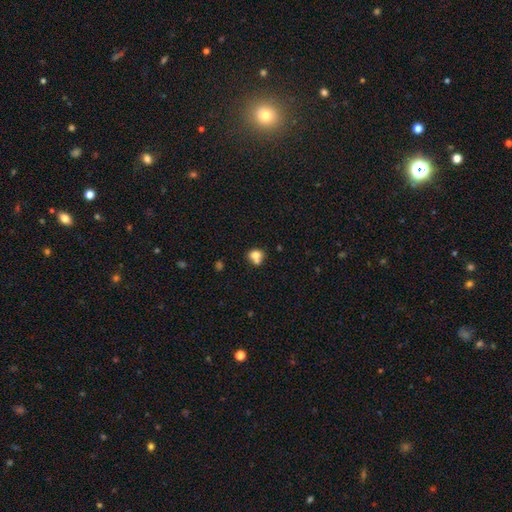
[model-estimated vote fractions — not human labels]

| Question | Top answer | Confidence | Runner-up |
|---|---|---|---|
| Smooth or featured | smooth | 76% | featured or disk (13%) |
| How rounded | round | 71% | in between (29%) |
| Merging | none | 42% | merger (41%) |